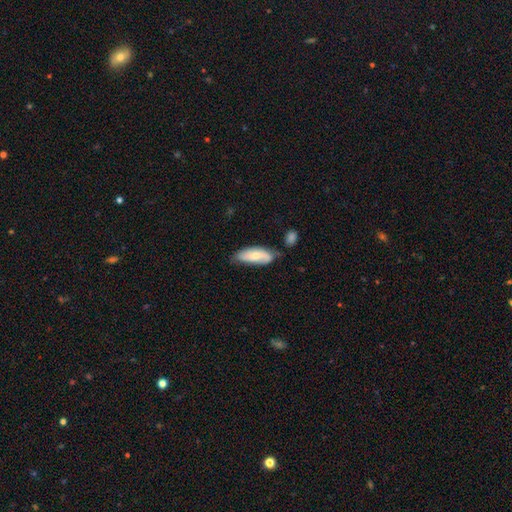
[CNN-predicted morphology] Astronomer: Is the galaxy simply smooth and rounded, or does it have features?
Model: smooth — 56% (runner-up: featured or disk, 38%).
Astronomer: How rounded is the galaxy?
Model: in between — 76%.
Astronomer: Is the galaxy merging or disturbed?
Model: none — 53% (runner-up: minor disturbance, 31%).